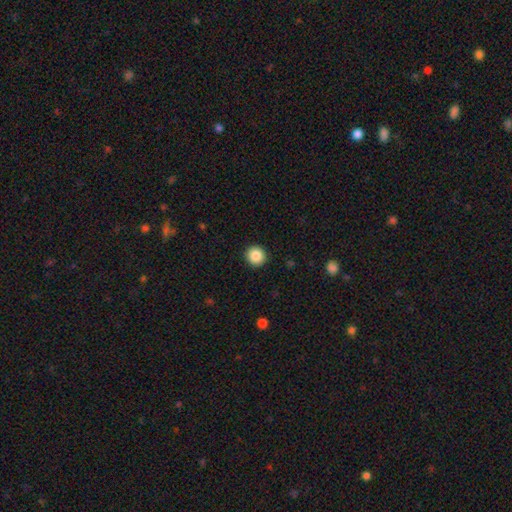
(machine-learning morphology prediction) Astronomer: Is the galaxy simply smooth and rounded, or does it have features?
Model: smooth — 87%.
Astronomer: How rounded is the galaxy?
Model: round — 94%.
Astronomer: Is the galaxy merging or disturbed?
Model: none — 93%.